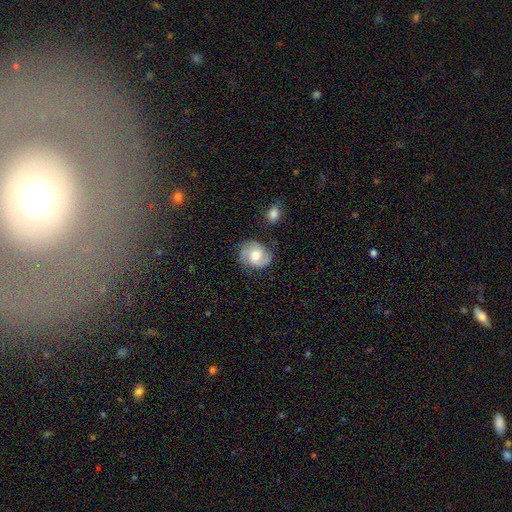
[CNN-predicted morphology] type=featured or disk (61%); edge-on=no (97%); bar=no (61%); spiral arms=yes (90%); winding=medium (46%); arm count=2 (81%); bulge=moderate (69%); merging=none (74%).